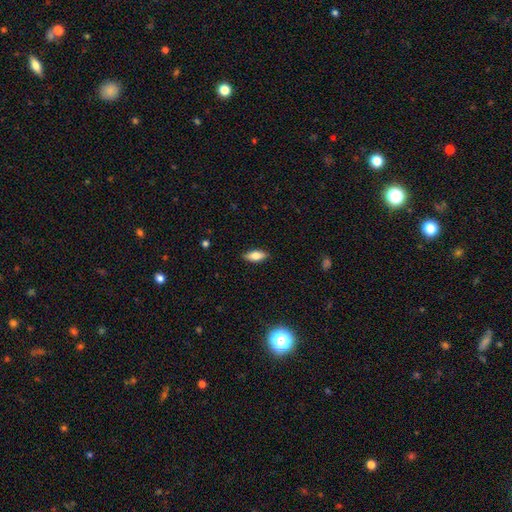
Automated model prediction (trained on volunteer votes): Smooth or featured? Predicted: smooth (p=0.76). How rounded? Predicted: in between (p=0.78). Merging? Predicted: none (p=0.88).